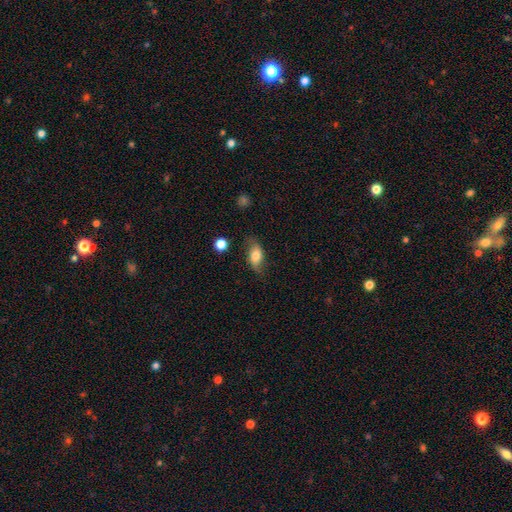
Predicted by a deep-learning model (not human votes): Smooth or featured? Predicted: smooth (p=0.70). How rounded? Predicted: in between (p=0.86). Merging? Predicted: none (p=0.69).